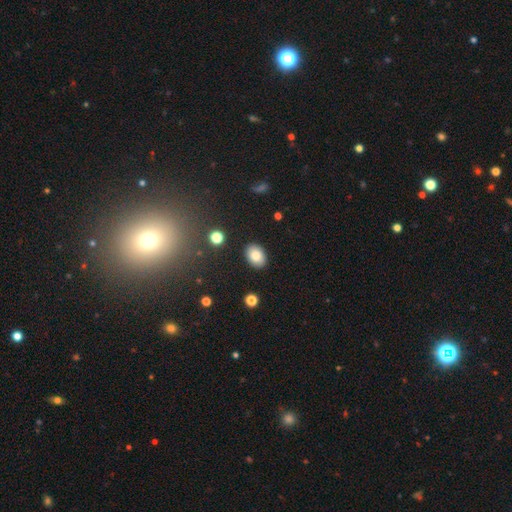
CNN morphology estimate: This appears to be a smooth galaxy with no disk features (84%) that is in between round and cigar-shaped (80%). Merging: none (88%).